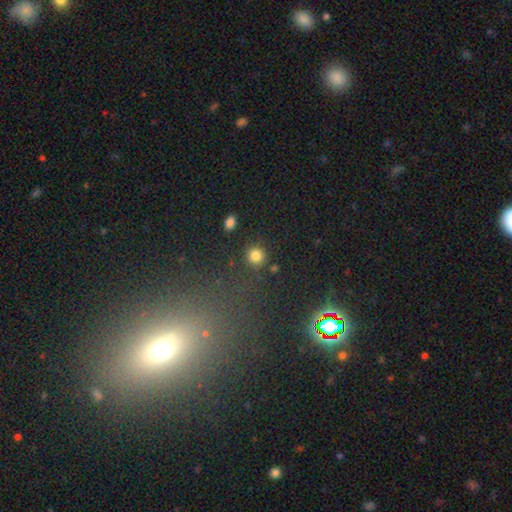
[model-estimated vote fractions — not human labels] This appears to be a smooth galaxy with no disk features (82%) that is round (92%). Merging: none (86%).